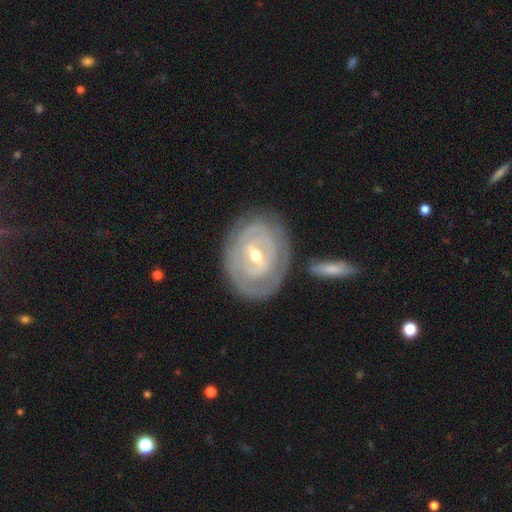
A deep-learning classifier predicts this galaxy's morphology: A featured or disk galaxy (79%) with a weak bar (48%), tight (78%) spiral arms (72%) and a moderate central bulge (61%). Merging: none (74%).